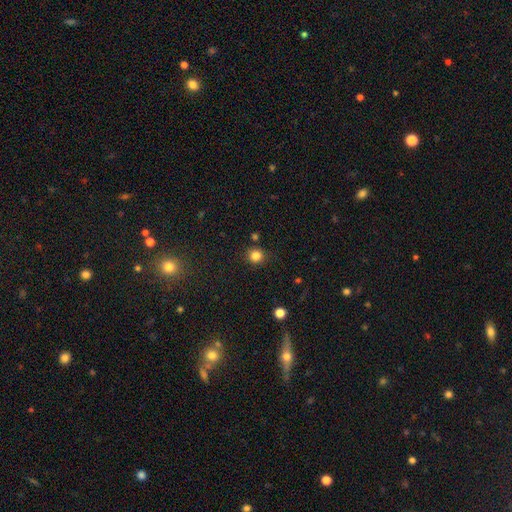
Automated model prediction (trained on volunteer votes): This is clearly a smooth galaxy (82%). How rounded: clearly round (91%). Merging: clearly none (86%).